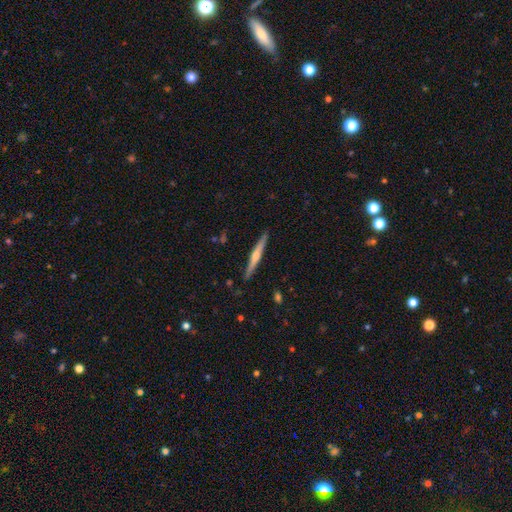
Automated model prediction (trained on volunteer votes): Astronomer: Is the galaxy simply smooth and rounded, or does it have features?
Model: featured or disk — 66%.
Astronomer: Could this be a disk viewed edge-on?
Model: yes — 98%.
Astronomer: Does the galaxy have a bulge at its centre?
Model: rounded — 85%.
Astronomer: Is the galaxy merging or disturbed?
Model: none — 90%.